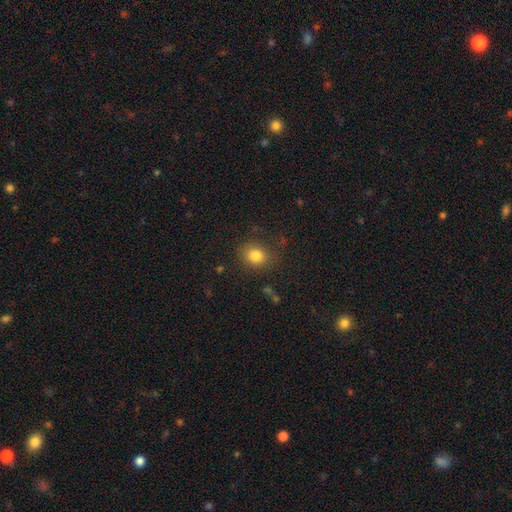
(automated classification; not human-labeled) smooth 81%, star or artifact 12%, featured or disk 7%. Down the decision tree: how rounded — round (65%); merging — none (79%).